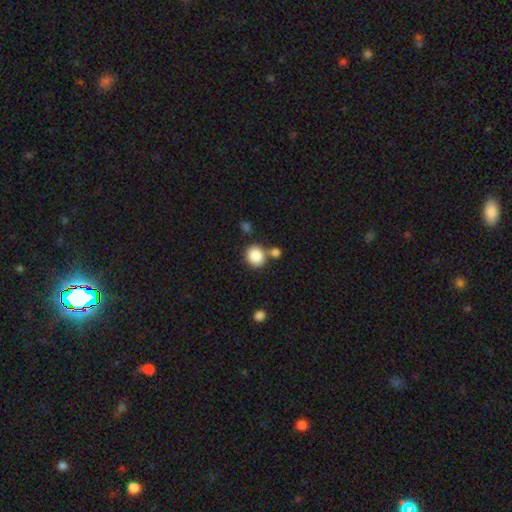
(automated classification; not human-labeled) Q: Smooth or featured?
A: smooth (86%); runner-up: star or artifact (9%)
Q: How rounded?
A: round (78%); runner-up: in between (21%)
Q: Merging?
A: none (67%); runner-up: merger (20%)